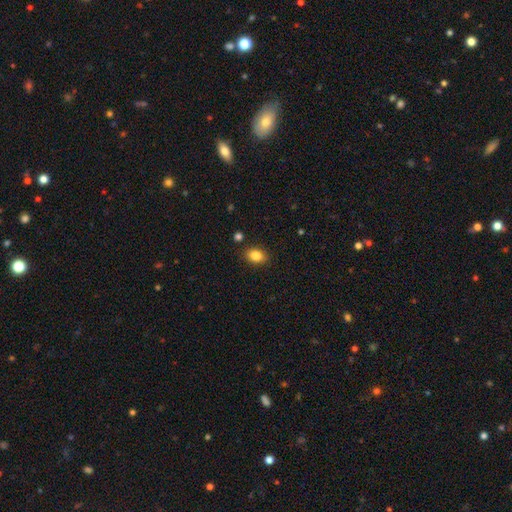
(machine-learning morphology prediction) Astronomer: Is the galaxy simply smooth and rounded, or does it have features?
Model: smooth — 84%.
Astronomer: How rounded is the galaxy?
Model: in between — 76%.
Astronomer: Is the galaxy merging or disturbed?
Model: none — 87%.